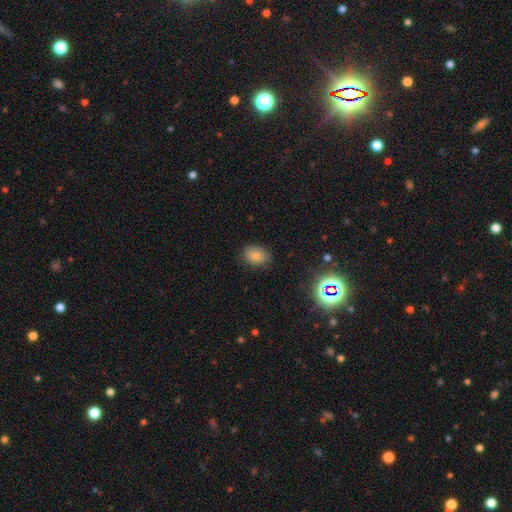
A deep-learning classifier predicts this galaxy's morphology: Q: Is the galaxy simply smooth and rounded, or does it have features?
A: smooth — 81%.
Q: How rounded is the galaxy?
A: in between — 72%.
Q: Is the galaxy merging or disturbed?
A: none — 82%.